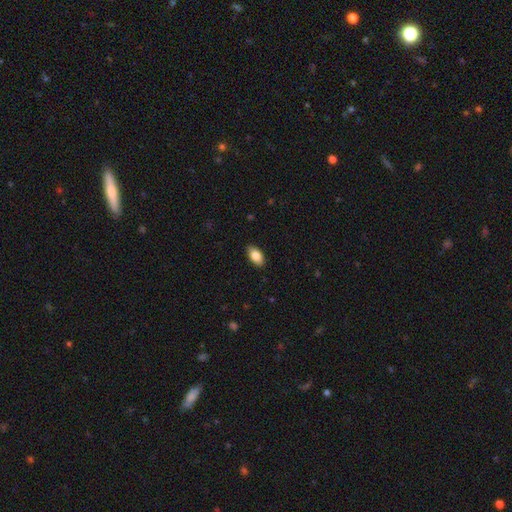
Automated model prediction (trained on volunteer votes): smooth-or-featured: smooth: 84% | featured or disk: 9% | star or artifact: 7%
  how-rounded: in between: 93% | round: 4% | cigar-shaped: 3%
  merging: none: 89% | minor disturbance: 9% | major disturbance: 2% | merger: 1%